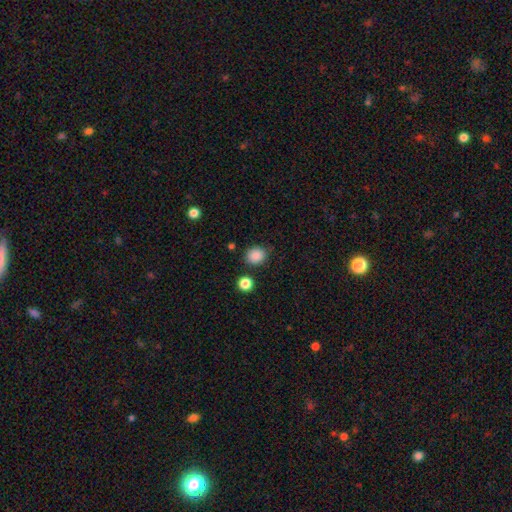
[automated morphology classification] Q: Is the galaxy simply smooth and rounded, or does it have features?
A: smooth — 87%.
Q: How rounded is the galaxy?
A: round — 71%.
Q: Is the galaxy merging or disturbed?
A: none — 81%.